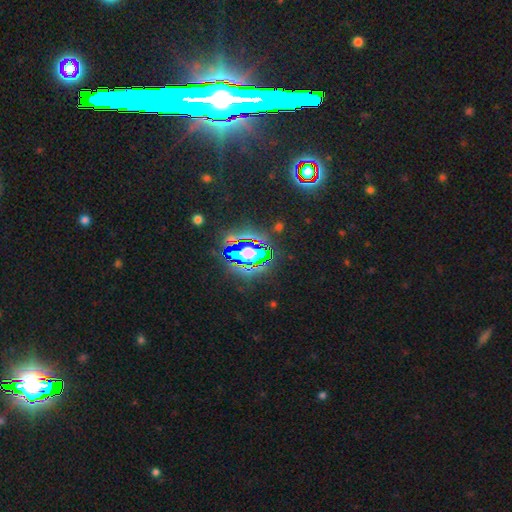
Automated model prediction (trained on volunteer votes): A star or artifact, not a galaxy (66%).